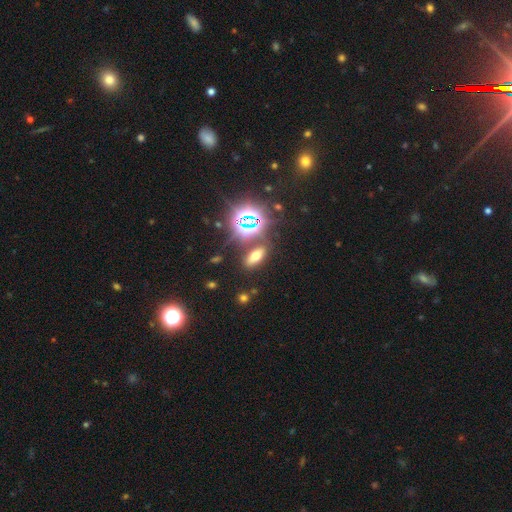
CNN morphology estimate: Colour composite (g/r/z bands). It shows a smooth galaxy with no disk features (48%). Merging: none (82%).